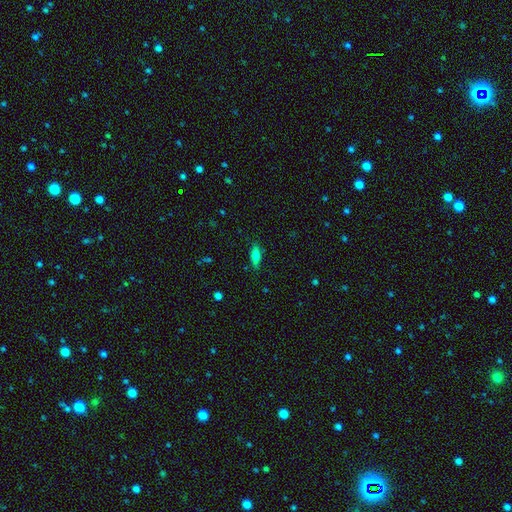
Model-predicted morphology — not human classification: smooth-or-featured: smooth: 66% | featured or disk: 26% | star or artifact: 8%
  how-rounded: in between: 52% | cigar-shaped: 45% | round: 3%
  merging: none: 84% | minor disturbance: 12% | major disturbance: 3% | merger: 1%